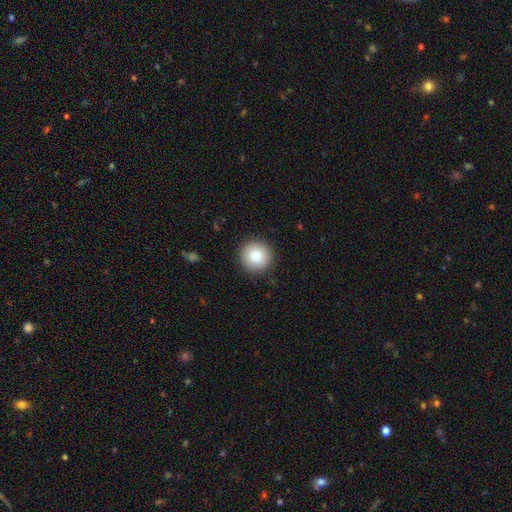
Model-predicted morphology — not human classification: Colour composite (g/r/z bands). It shows a smooth galaxy with no disk features (83%) that is round (95%). Merging: none (91%).